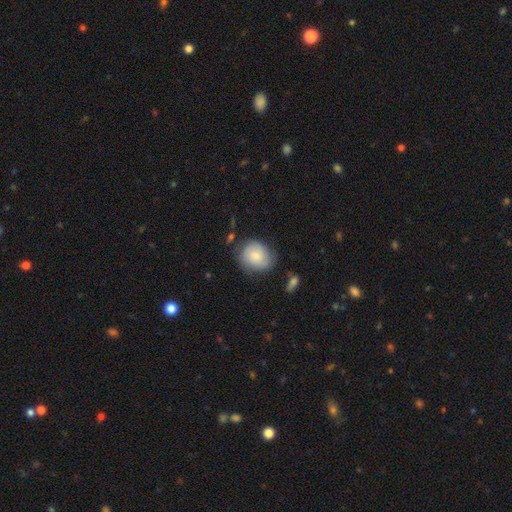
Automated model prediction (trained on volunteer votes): A smooth galaxy with no disk features (76%) that is round (68%). Merging: none (67%).